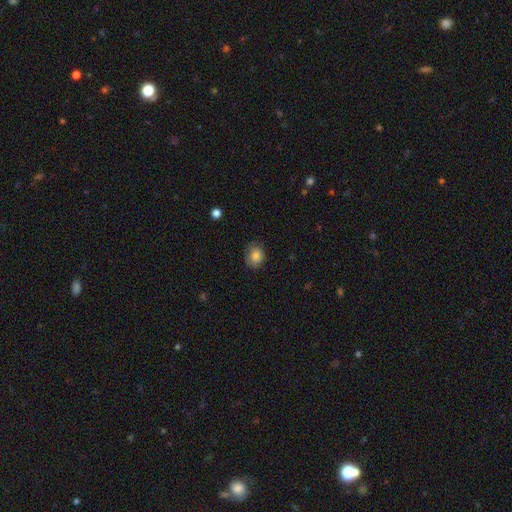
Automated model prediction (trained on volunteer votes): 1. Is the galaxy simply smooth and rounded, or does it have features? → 83% smooth, 9% star or artifact, 8% featured or disk.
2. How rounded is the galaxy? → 53% round, 46% in between, 1% cigar-shaped.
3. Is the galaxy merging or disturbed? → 72% none, 22% minor disturbance, 5% major disturbance, 1% merger.